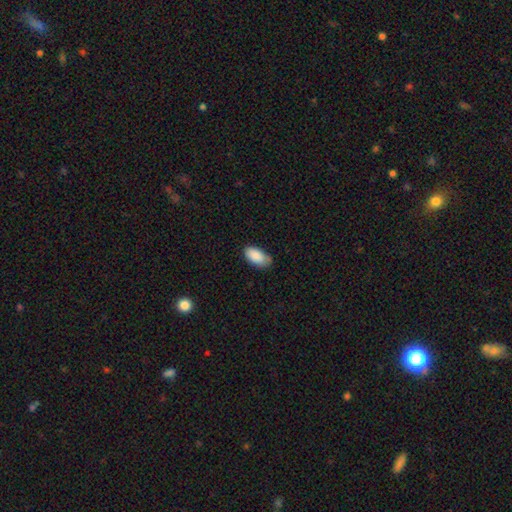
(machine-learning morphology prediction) This appears to be a smooth galaxy with no disk features (88%) that is in between round and cigar-shaped (95%). Merging: none (66%).